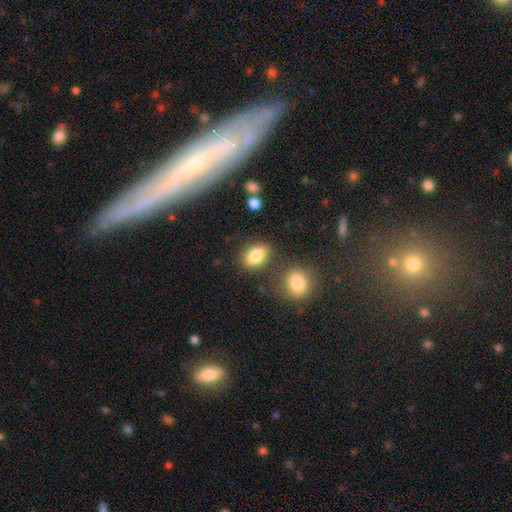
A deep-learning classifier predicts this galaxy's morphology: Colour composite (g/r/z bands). It shows a smooth galaxy with no disk features (83%) that is in between round and cigar-shaped (82%). Merging: none (77%).